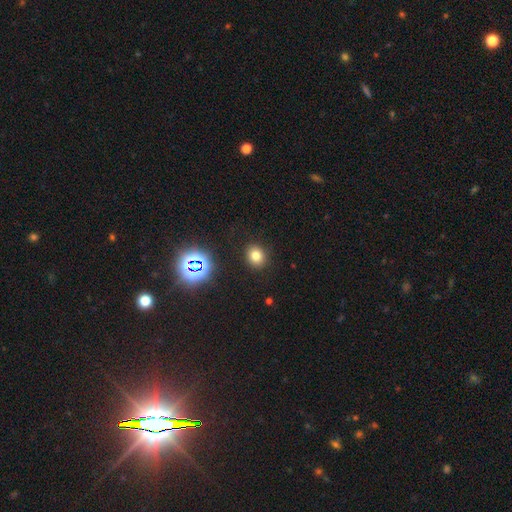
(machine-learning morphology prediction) smooth 74%, star or artifact 18%, featured or disk 7%. Down the decision tree: how rounded — round (67%); merging — none (89%).